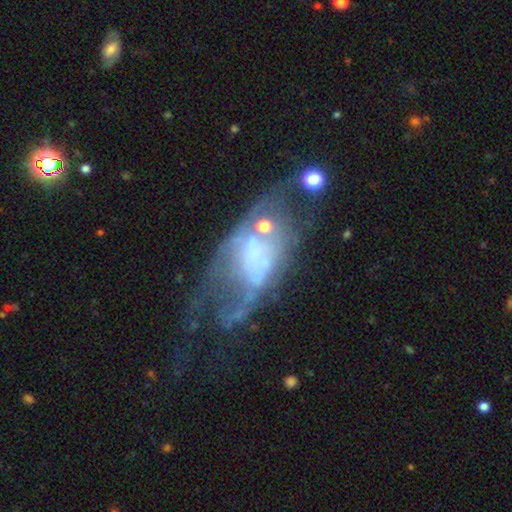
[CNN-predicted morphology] Overall: featured or disk (65%). Edge-on disk: no (91%). Bar: no (76%). Spiral arms: no (63%; yes 37%). Bulge size: none (50%; small 19%). Merging: major disturbance (42%; none 25%).